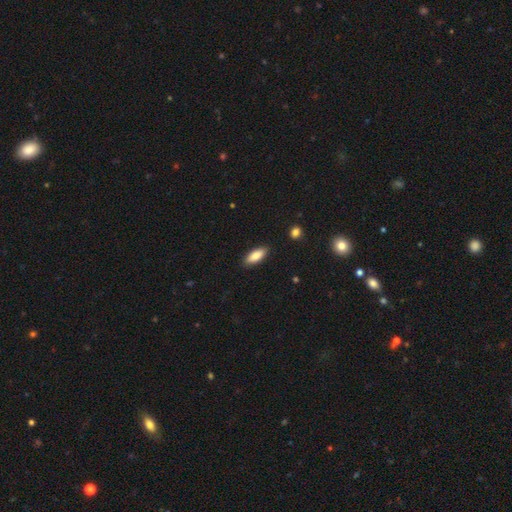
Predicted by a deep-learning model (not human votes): Overall: smooth (86%). How rounded: in between (77%). Merging: none (88%).